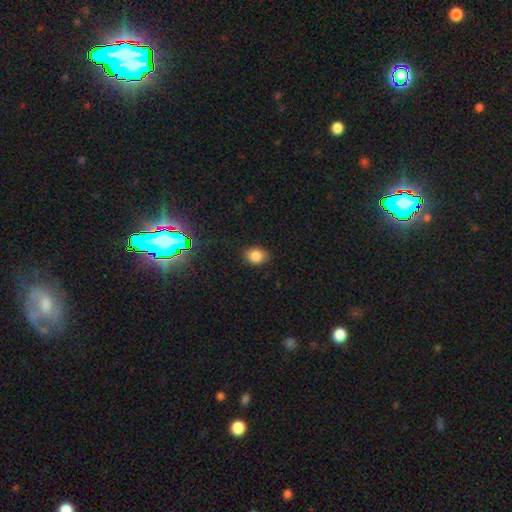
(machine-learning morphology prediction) Smooth or featured?
  - smooth: 84% *
  - star or artifact: 11%
  - featured or disk: 5%
How rounded?
  - in between: 54% *
  - round: 45%
  - cigar-shaped: 1%
Merging?
  - none: 83% *
  - minor disturbance: 13%
  - major disturbance: 3%
  - merger: 1%